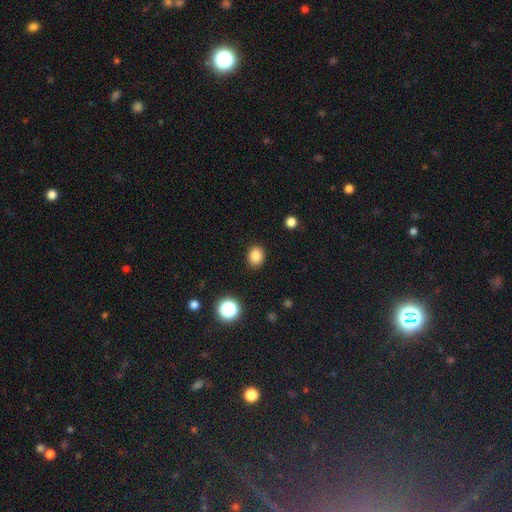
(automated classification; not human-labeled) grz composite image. It shows a smooth galaxy with no disk features (85%) that is round (57%). Merging: none (89%).